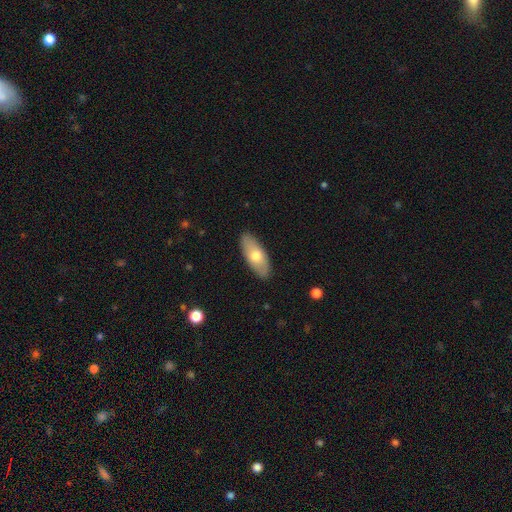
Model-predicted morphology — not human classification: Q: Smooth or featured?
A: smooth (65%); runner-up: featured or disk (29%)
Q: How rounded?
A: in between (81%); runner-up: cigar-shaped (17%)
Q: Merging?
A: none (89%); runner-up: minor disturbance (9%)